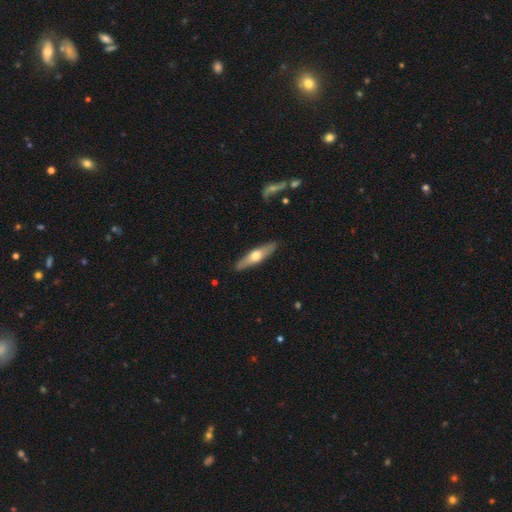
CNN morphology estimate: Q: Smooth or featured?
A: featured or disk (49%); runner-up: smooth (45%)
Q: Merging?
A: none (89%); runner-up: minor disturbance (8%)